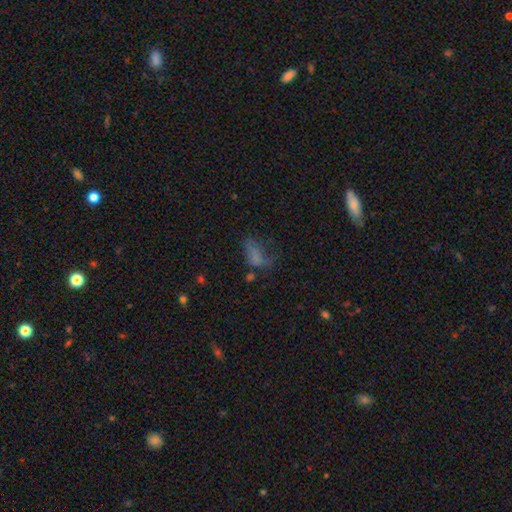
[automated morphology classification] Smooth or featured? smooth (56%)
How rounded? in between (84%)
Merging? major disturbance (42%)